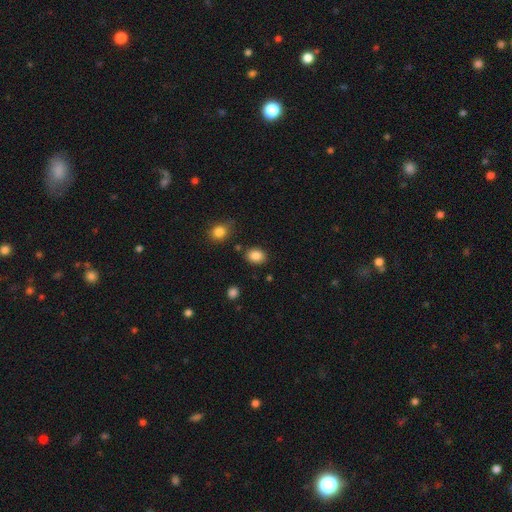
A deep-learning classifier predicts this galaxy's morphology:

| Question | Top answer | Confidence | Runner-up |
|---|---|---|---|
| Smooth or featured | smooth | 86% | star or artifact (9%) |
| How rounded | in between | 66% | round (33%) |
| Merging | none | 83% | minor disturbance (11%) |